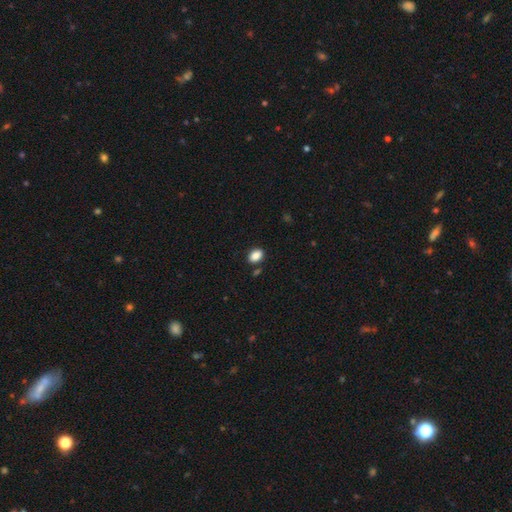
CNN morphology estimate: This is clearly a smooth galaxy (88%). How rounded: clearly in between (82%). Merging: clearly none (82%).